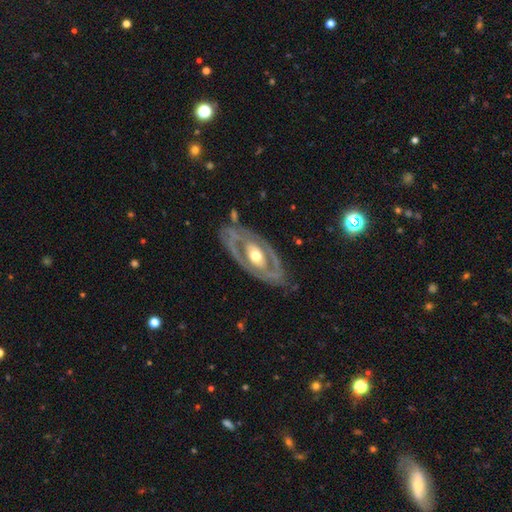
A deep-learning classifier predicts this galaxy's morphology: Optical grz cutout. It shows a featured or disk galaxy (83%) with no bar (61%), 2 (72%) tight (53%) spiral arms (66%) and a moderate central bulge (73%). Merging: none (74%).